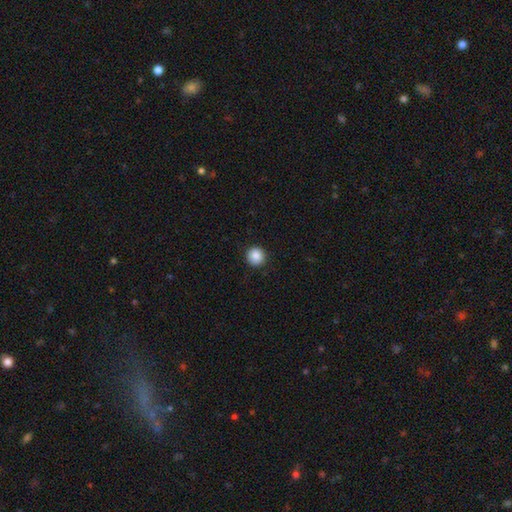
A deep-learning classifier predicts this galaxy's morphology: type=smooth (88%); roundness=round (95%); merging=none (93%).